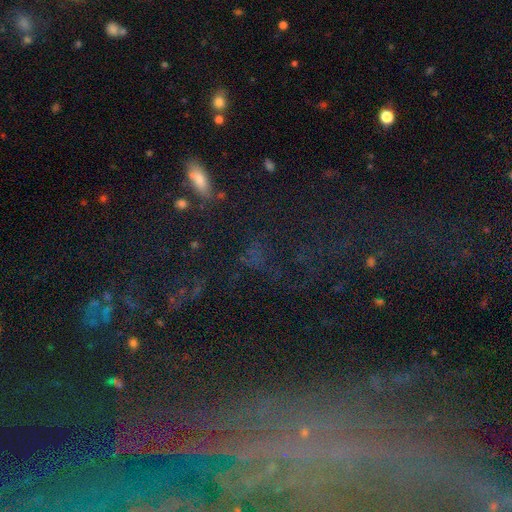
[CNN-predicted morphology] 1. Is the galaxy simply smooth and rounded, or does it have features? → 52% star or artifact, 30% smooth, 18% featured or disk.